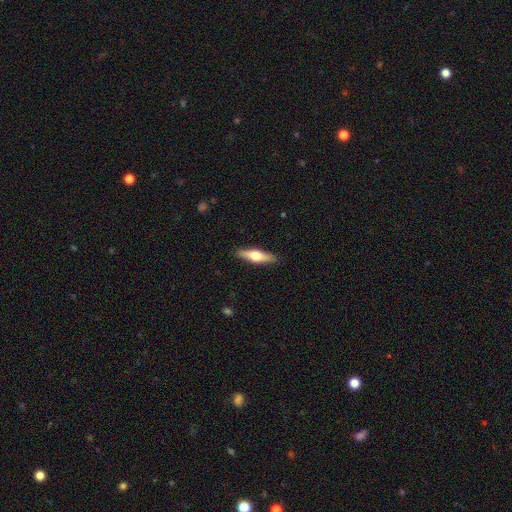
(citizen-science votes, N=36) smooth-or-featured: smooth: 58% | featured or disk: 42% | star or artifact: 0%
  how-rounded: cigar-shaped: 76% | in between: 24% | round: 0%
  merging: none: 100% | minor disturbance: 0% | major disturbance: 0% | merger: 0%